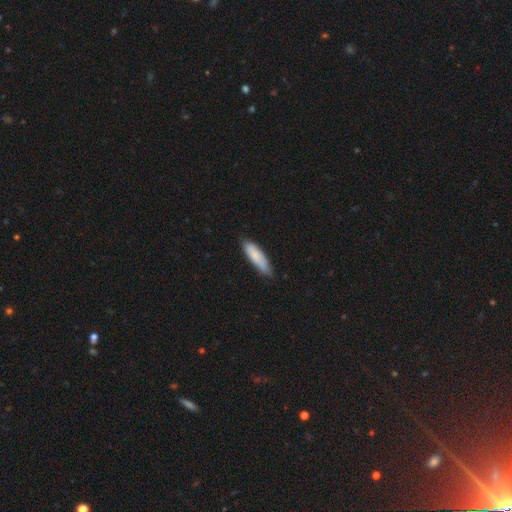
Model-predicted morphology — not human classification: A smooth galaxy with no disk features (81%) that is cigar-shaped (61%).

Vote fractions:
- Smooth or featured? smooth: 81% / featured or disk: 14% / star or artifact: 6%
- How rounded? cigar-shaped: 61% / in between: 37% / round: 1%
- Merging? none: 74% / minor disturbance: 22% / major disturbance: 3% / merger: 1%